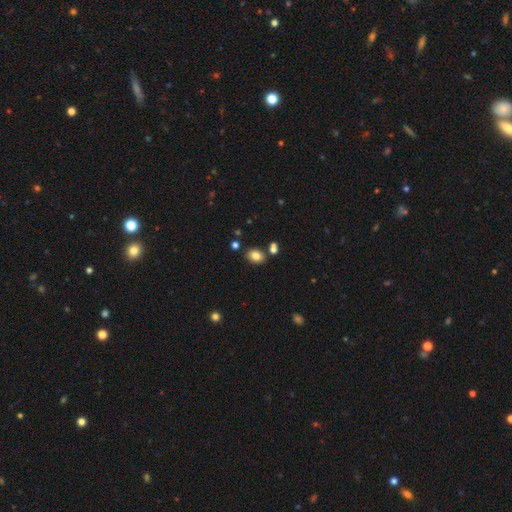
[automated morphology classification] The model was most divided on "how rounded": in between: 69%, round: 30%, cigar-shaped: 1%. More confident: smooth or featured — smooth (82%); merging — none (78%).